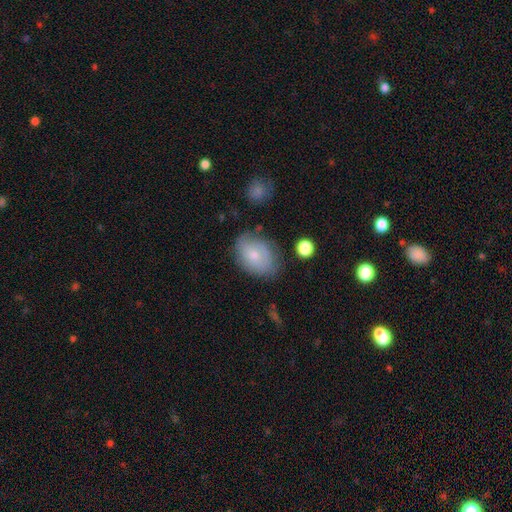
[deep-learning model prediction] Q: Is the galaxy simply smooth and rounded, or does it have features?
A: smooth — 65%.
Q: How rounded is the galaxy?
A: in between — 74%.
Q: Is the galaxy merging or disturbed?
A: none — 63%.